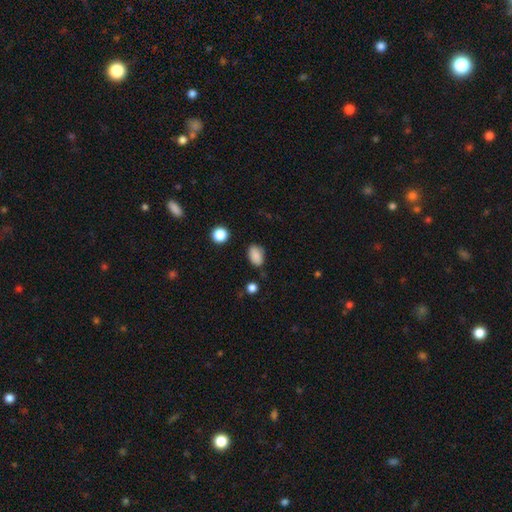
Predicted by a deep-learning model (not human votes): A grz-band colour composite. It shows a smooth galaxy with no disk features (86%) that is in between round and cigar-shaped (85%). Merging: none (75%).